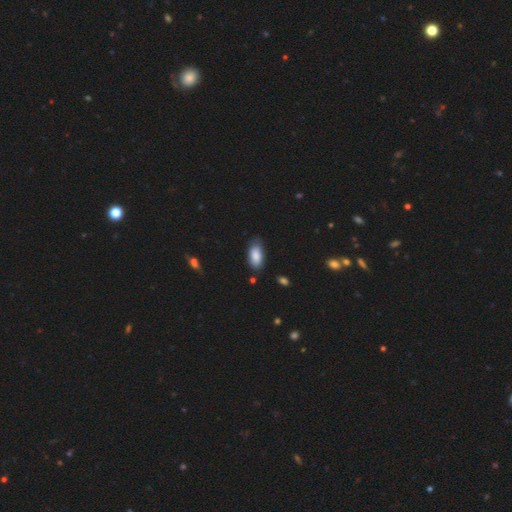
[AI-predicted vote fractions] Q: Smooth or featured?
A: smooth (85%); runner-up: featured or disk (9%)
Q: How rounded?
A: in between (92%); runner-up: cigar-shaped (5%)
Q: Merging?
A: none (72%); runner-up: minor disturbance (23%)